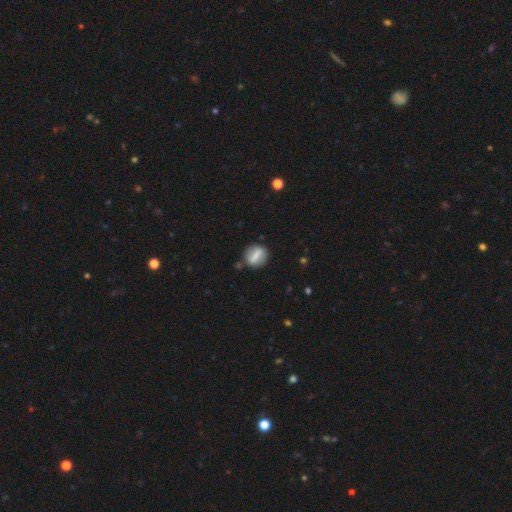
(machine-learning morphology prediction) smooth_or_featured: smooth (p=0.59) [alt: featured or disk p=0.33]
how_rounded: round (p=0.47) [alt: in between p=0.42]
merging: none (p=0.81) [alt: minor disturbance p=0.12]